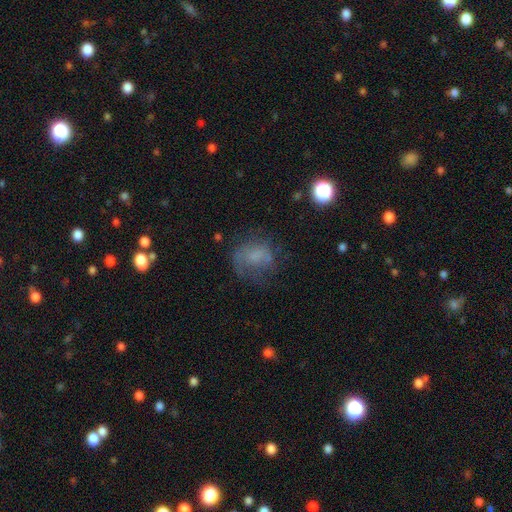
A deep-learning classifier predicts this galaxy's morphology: This appears to be a smooth galaxy with no disk features (50%) that is round (57%). Merging: none (49%).